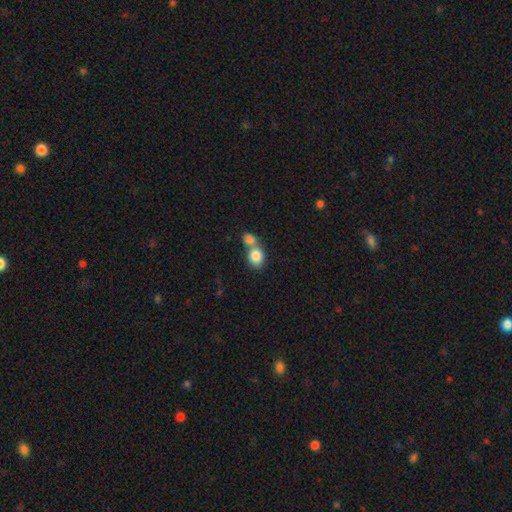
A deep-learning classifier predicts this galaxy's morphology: Smooth or featured? smooth (84%)
How rounded? round (59%)
Merging? merger (58%)